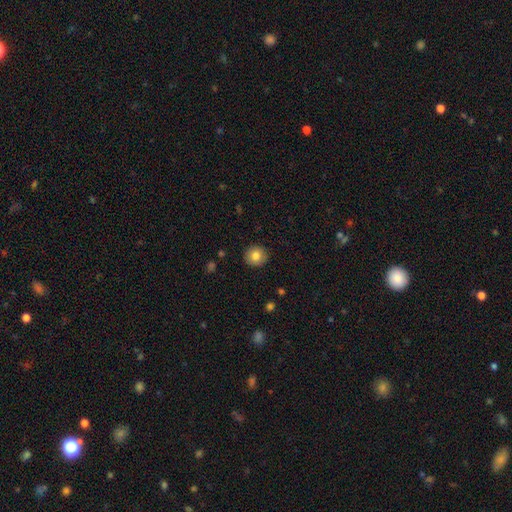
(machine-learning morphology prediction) This appears to be a smooth galaxy with no disk features (82%) that is round (90%). Merging: none (90%).